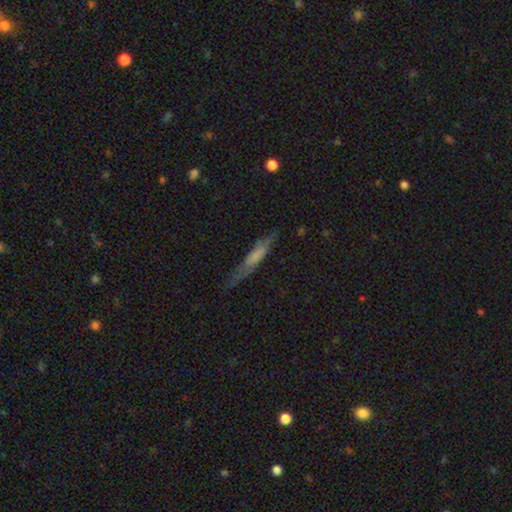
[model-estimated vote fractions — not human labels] The model was most divided on "smooth or featured": smooth: 53%, featured or disk: 39%, star or artifact: 7%. More confident: how rounded — cigar-shaped (87%); merging — none (67%).